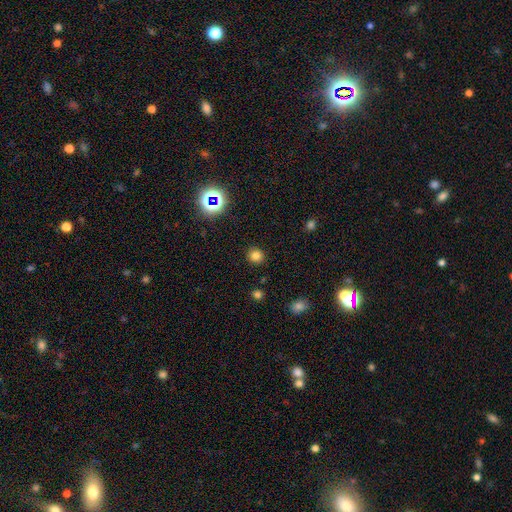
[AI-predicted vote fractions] smooth-or-featured: smooth: 79% | star or artifact: 16% | featured or disk: 5%
  how-rounded: round: 90% | in between: 9% | cigar-shaped: 1%
  merging: none: 90% | minor disturbance: 6% | major disturbance: 2% | merger: 2%